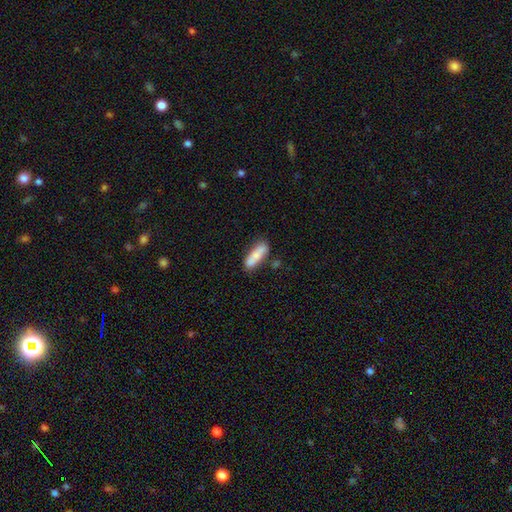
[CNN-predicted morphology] This appears to be a smooth galaxy with no disk features (75%) that is in between round and cigar-shaped (50%). Merging: none (71%).